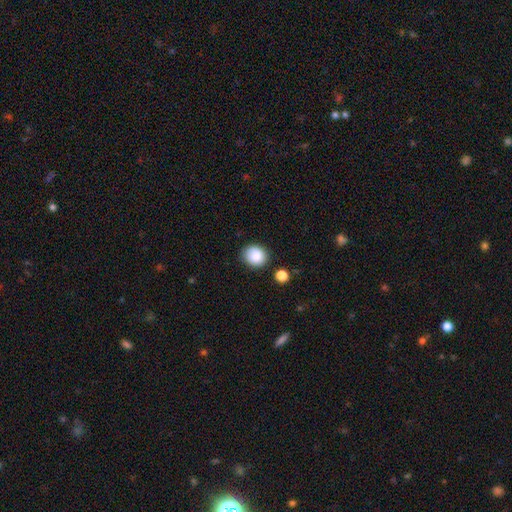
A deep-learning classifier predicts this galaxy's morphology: Overall: smooth (87%). How rounded: round (74%). Merging: none (81%).